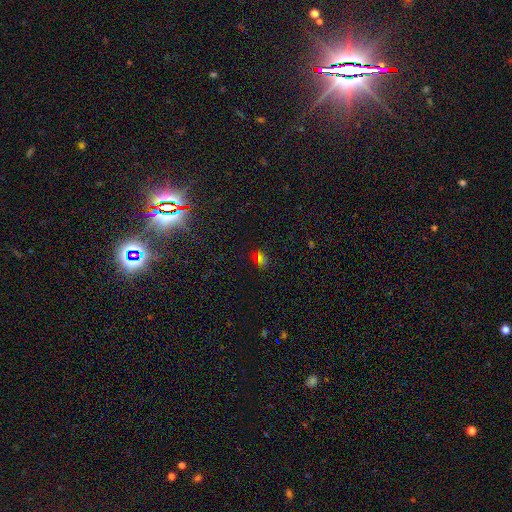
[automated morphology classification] type=star or artifact (48%).